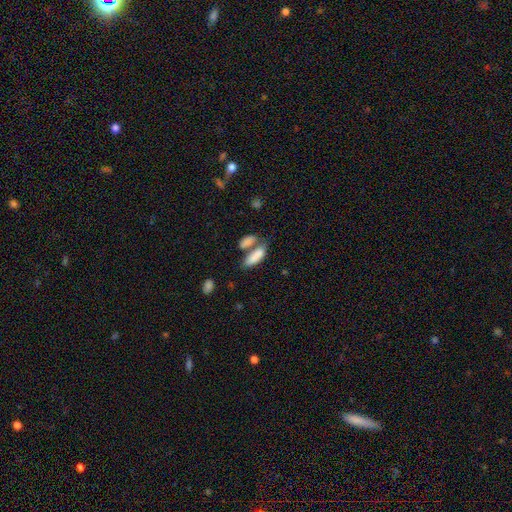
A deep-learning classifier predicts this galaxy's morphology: Smooth or featured?
  - smooth: 84% *
  - featured or disk: 9%
  - star or artifact: 7%
How rounded?
  - in between: 74% *
  - cigar-shaped: 23%
  - round: 3%
Merging?
  - merger: 52% *
  - none: 32%
  - minor disturbance: 10%
  - major disturbance: 6%